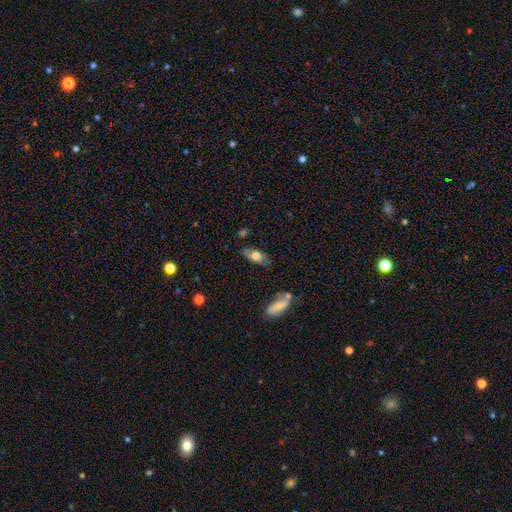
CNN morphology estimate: Overall: smooth (58%; featured or disk 35%). How rounded: in between (81%). Merging: none (74%).